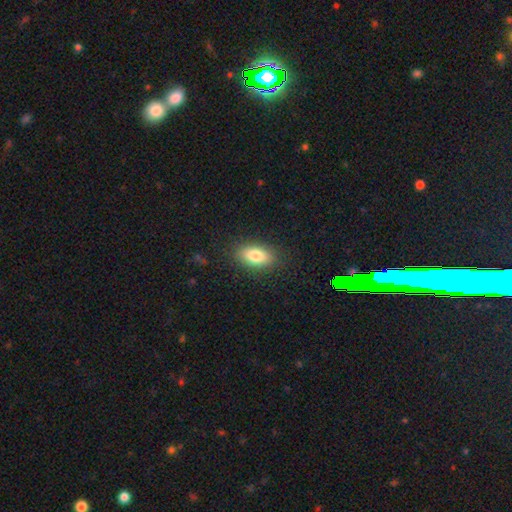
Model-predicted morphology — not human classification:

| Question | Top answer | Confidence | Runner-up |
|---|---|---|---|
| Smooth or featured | smooth | 80% | featured or disk (12%) |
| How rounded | in between | 87% | cigar-shaped (7%) |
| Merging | none | 86% | minor disturbance (10%) |